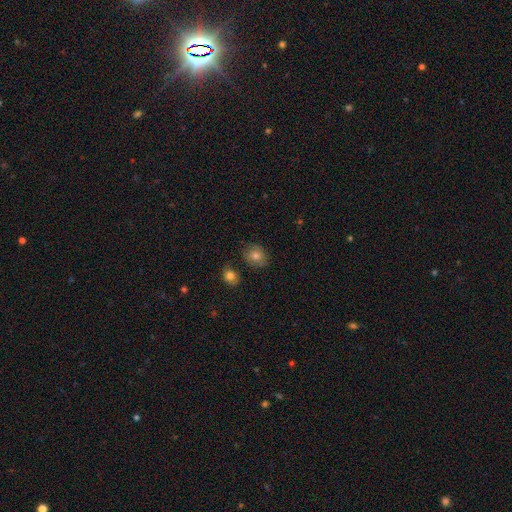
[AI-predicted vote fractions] This is likely a smooth galaxy (74%). How rounded: possibly round (57%). Merging: likely none (78%).